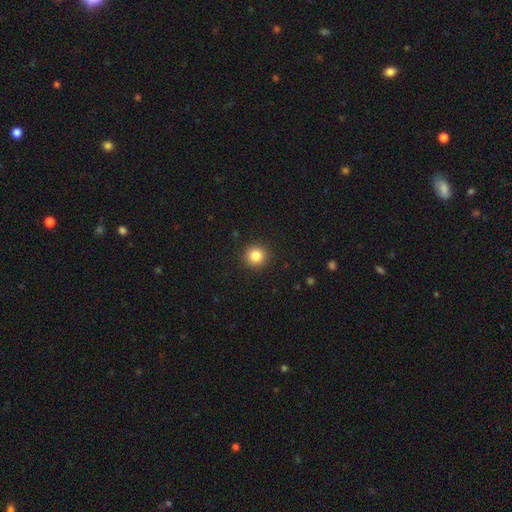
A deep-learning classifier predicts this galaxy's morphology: Overall: smooth (84%). How rounded: round (94%). Merging: none (92%).